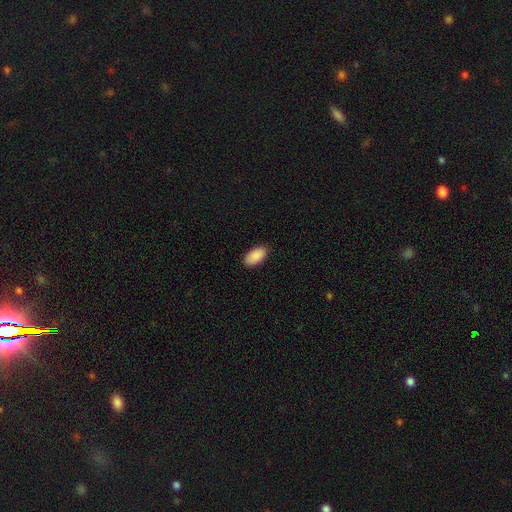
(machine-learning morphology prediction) Smooth or featured? Predicted: smooth (p=0.91). How rounded? Predicted: in between (p=0.96). Merging? Predicted: none (p=0.88).